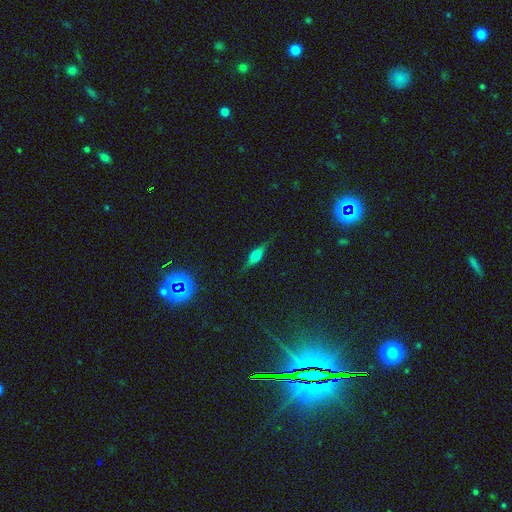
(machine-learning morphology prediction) This is possibly a featured or disk galaxy (58%). It is clearly viewed edge-on (94%). Edge-on bulge: clearly rounded (86%). Merging: clearly none (84%).